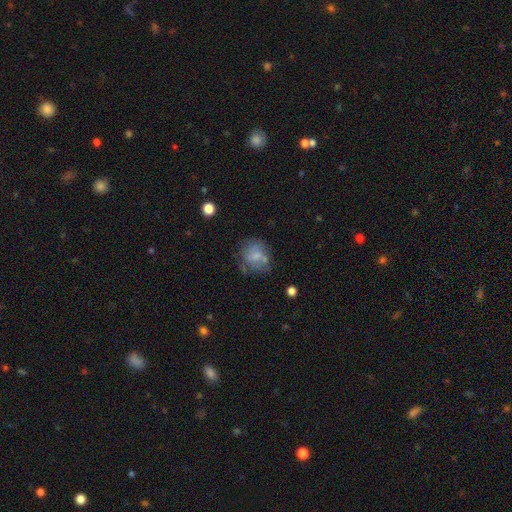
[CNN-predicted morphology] smooth-or-featured: smooth: 61% | featured or disk: 30% | star or artifact: 10%
  how-rounded: round: 65% | in between: 34% | cigar-shaped: 1%
  merging: none: 49% | minor disturbance: 26% | major disturbance: 16% | merger: 10%